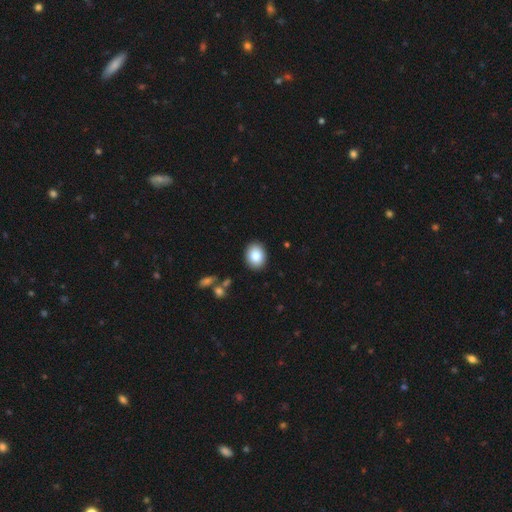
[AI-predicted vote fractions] smooth_or_featured: smooth (p=0.85) [alt: star or artifact p=0.08]
how_rounded: in between (p=0.57) [alt: round p=0.42]
merging: none (p=0.90) [alt: minor disturbance p=0.07]